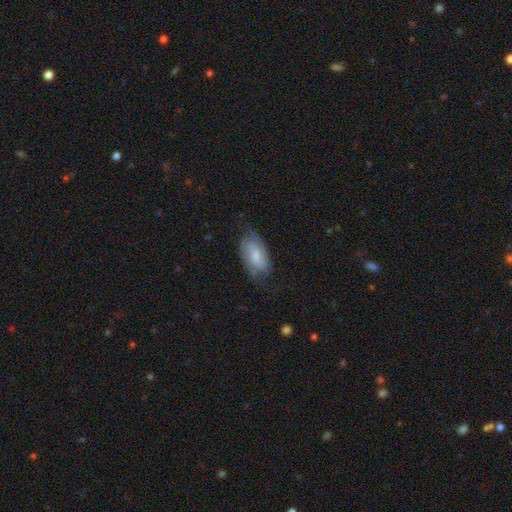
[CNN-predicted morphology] Smooth or featured? smooth (53%)
How rounded? in between (92%)
Merging? none (61%)